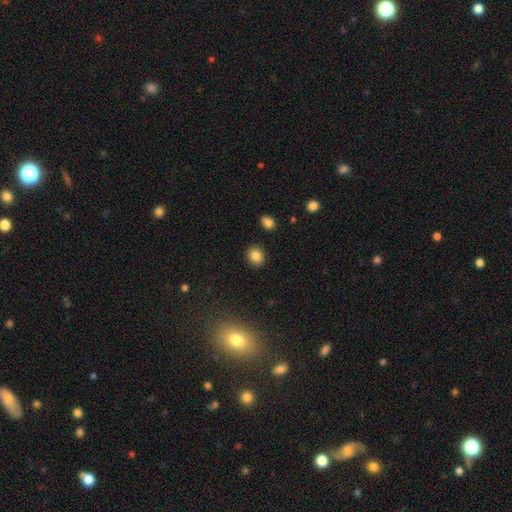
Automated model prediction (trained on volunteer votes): Morphology: type=smooth (84%); roundness=round (63%); merging=none (89%).